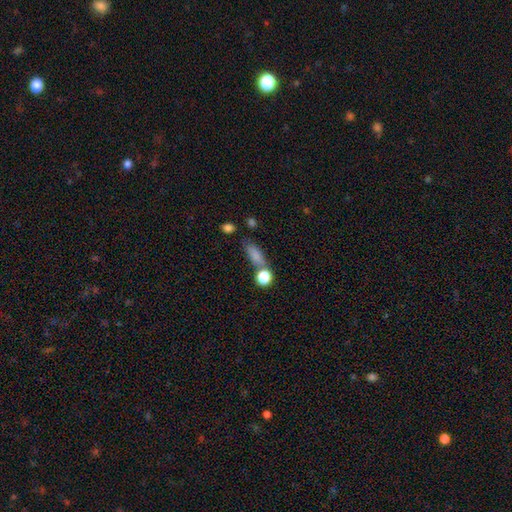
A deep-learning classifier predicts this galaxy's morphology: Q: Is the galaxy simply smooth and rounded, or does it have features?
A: smooth — 78%.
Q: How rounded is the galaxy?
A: in between — 60%.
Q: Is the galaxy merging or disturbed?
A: none — 58%.